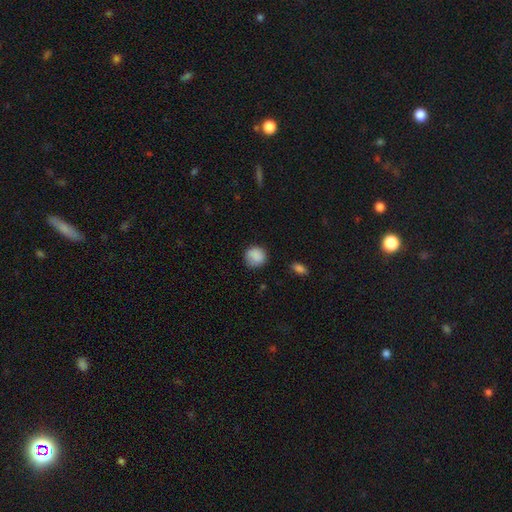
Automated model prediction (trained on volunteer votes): smooth-or-featured: smooth: 87% | star or artifact: 8% | featured or disk: 5%
  how-rounded: round: 88% | in between: 11% | cigar-shaped: 1%
  merging: none: 78% | minor disturbance: 17% | major disturbance: 4% | merger: 2%